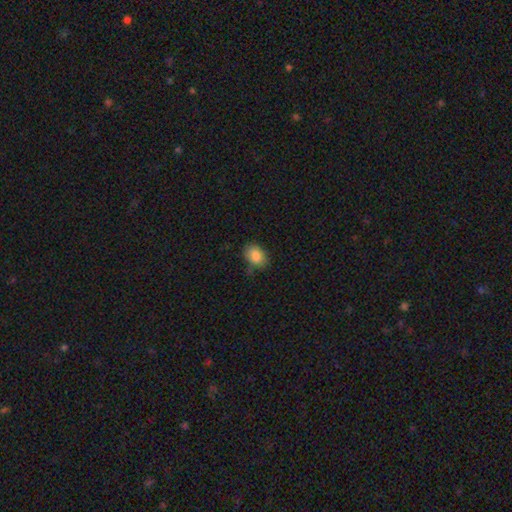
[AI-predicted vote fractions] This is clearly a smooth galaxy (86%). How rounded: likely in between (76%). Merging: likely none (79%).